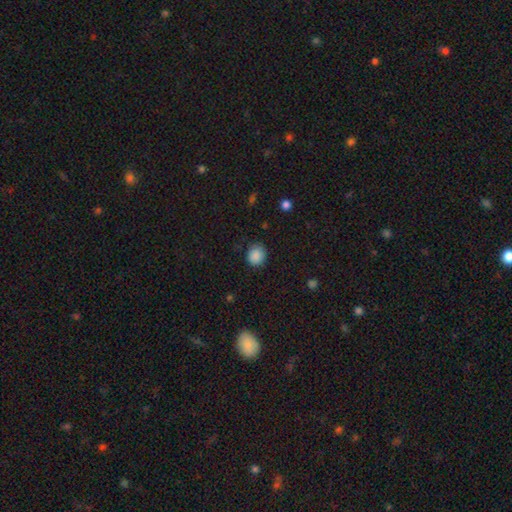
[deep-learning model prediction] This is clearly a smooth galaxy (88%). How rounded: likely round (74%). Merging: clearly none (81%).